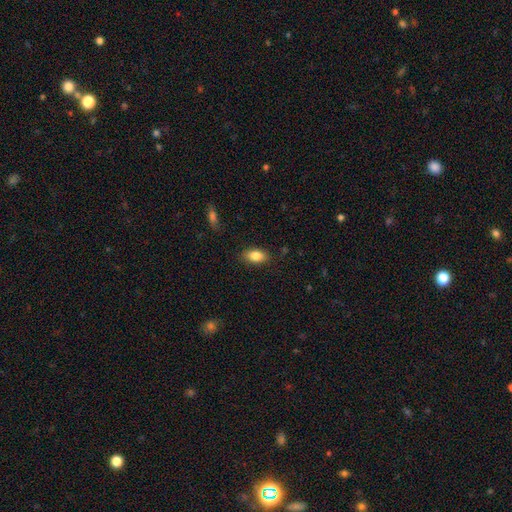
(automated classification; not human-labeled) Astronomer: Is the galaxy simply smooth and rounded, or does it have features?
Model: smooth — 84%.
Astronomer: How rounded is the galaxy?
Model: in between — 90%.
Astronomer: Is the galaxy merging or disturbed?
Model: none — 85%.